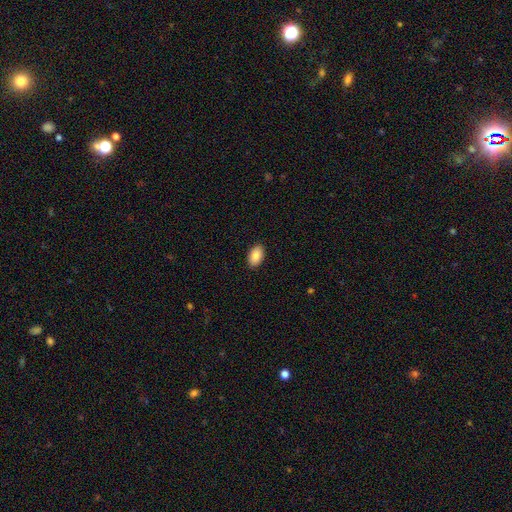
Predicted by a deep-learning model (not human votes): Overall: smooth (87%). How rounded: in between (93%). Merging: none (89%).